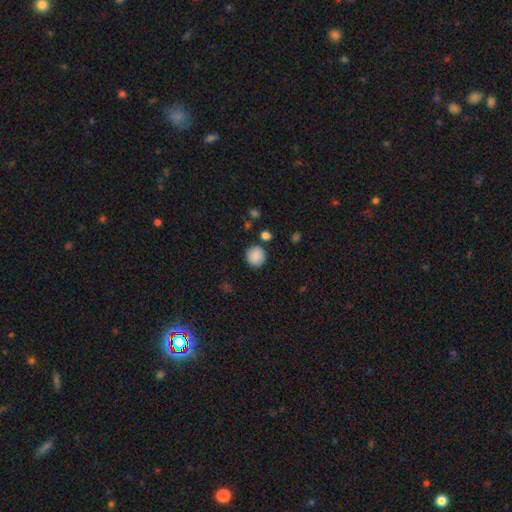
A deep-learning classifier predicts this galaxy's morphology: Smooth or featured: smooth — 88% (star or artifact — 8%)
How rounded: round — 90% (in between — 9%)
Merging: none — 84% (minor disturbance — 9%)